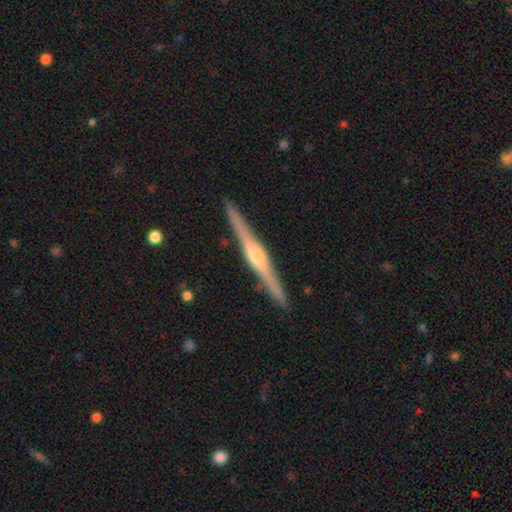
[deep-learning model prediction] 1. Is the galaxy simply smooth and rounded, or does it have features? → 84% featured or disk, 11% smooth, 5% star or artifact.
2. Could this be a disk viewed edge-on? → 99% yes, 1% no.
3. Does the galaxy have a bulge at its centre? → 84% rounded, 11% boxy, 5% none.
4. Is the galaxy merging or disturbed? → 91% none, 6% minor disturbance, 1% major disturbance, 1% merger.